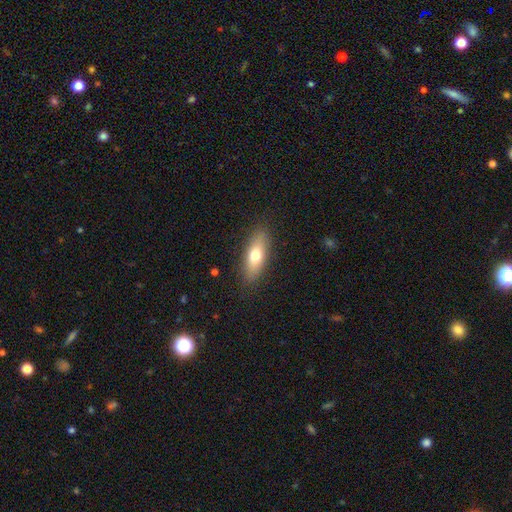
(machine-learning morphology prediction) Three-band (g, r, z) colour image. It shows a smooth galaxy with no disk features (69%) that is in between round and cigar-shaped (66%). Merging: none (86%).